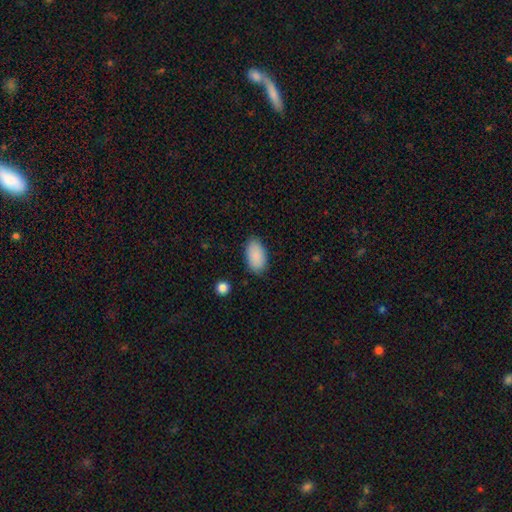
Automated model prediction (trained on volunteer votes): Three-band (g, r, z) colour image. It shows a smooth galaxy with no disk features (89%) that is in between round and cigar-shaped (94%). Merging: none (84%).